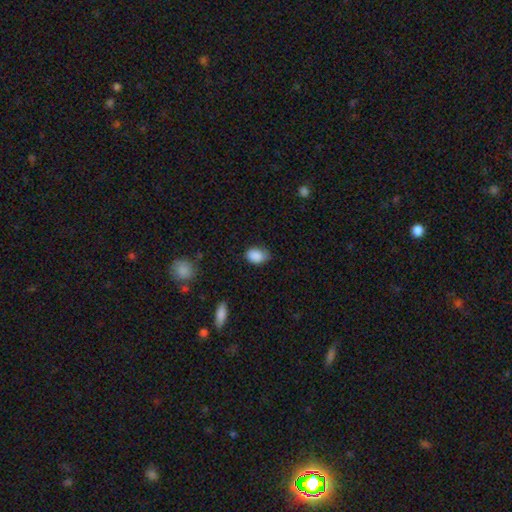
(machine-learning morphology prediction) smooth-or-featured: smooth: 88% | star or artifact: 8% | featured or disk: 4%
  how-rounded: in between: 79% | round: 19% | cigar-shaped: 1%
  merging: none: 63% | minor disturbance: 30% | major disturbance: 6% | merger: 1%